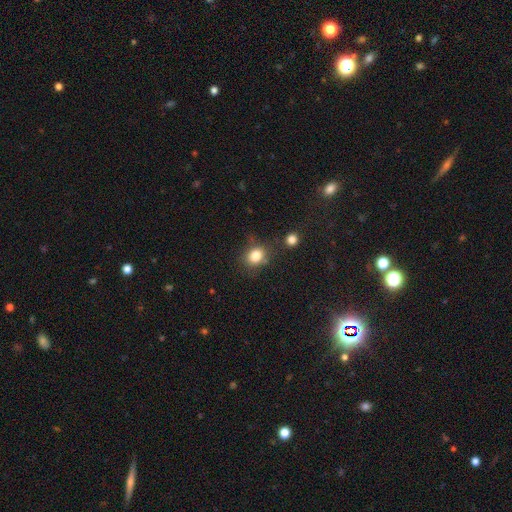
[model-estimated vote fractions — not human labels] This appears to be a smooth galaxy with no disk features (83%) that is round (58%). Merging: none (70%).